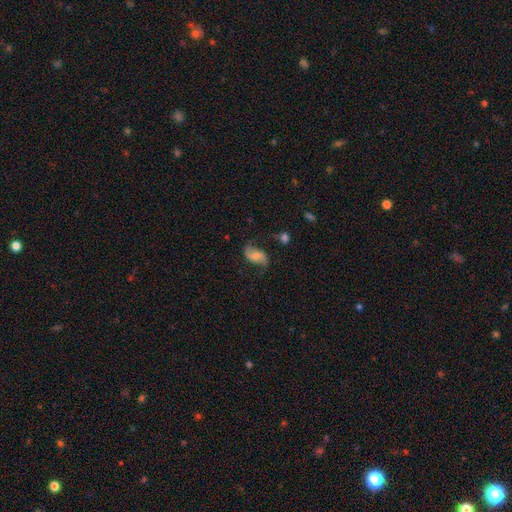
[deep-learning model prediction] Overall: featured or disk (61%; smooth 30%). Edge-on disk: no (96%). Bar: no (52%; weak 36%). Spiral arms: yes (90%). Spiral arm count: 2 (90%). Spiral winding: loose (66%). Bulge size: moderate (45%; small 35%). Merging: none (67%).